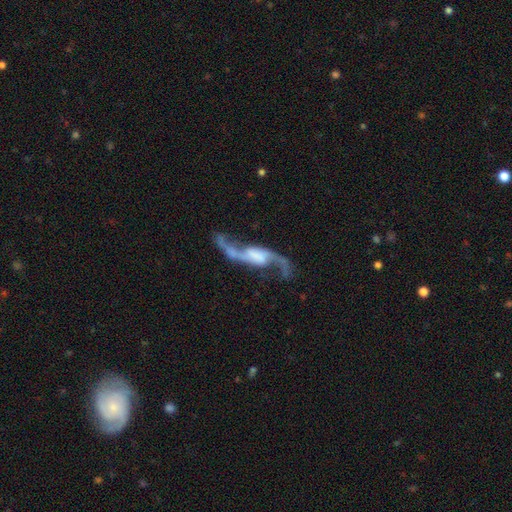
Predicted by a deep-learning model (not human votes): The model was most divided on "bar": weak: 40%, no: 36%, strong: 25%. Remaining: spiral arms — yes (97%); spiral arm count — 2 (94%); edge-on disk — no (92%); smooth or featured — featured or disk (90%); spiral winding — loose (87%); merging — none (69%); bulge size — none (37%).